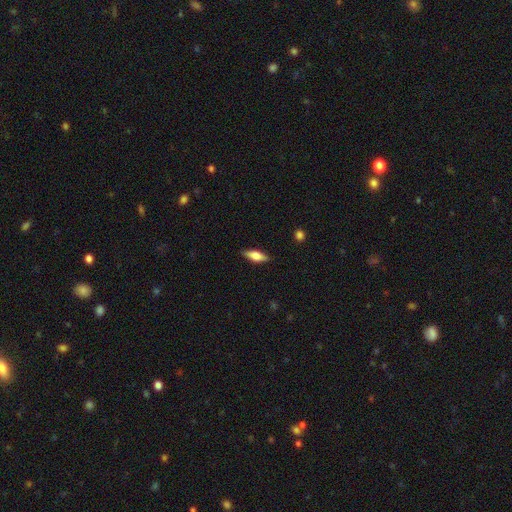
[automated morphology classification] smooth_or_featured: smooth (p=0.61) [alt: featured or disk p=0.32]
how_rounded: in between (p=0.62) [alt: cigar-shaped p=0.35]
merging: none (p=0.87) [alt: minor disturbance p=0.10]